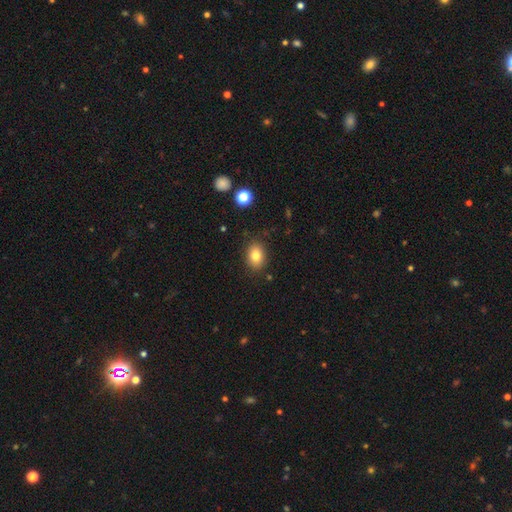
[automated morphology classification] The model was most divided on "how rounded": in between: 68%, round: 31%, cigar-shaped: 1%. More confident: merging — none (86%); smooth or featured — smooth (80%).